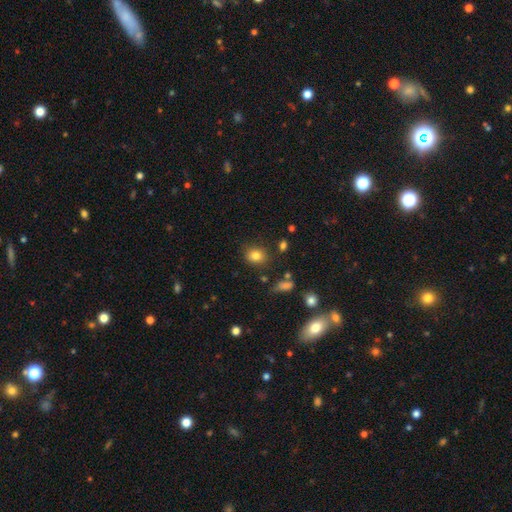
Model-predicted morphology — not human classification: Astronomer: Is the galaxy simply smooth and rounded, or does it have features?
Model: smooth — 81%.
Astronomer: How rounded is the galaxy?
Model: round — 66%.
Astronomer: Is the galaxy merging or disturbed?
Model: none — 81%.